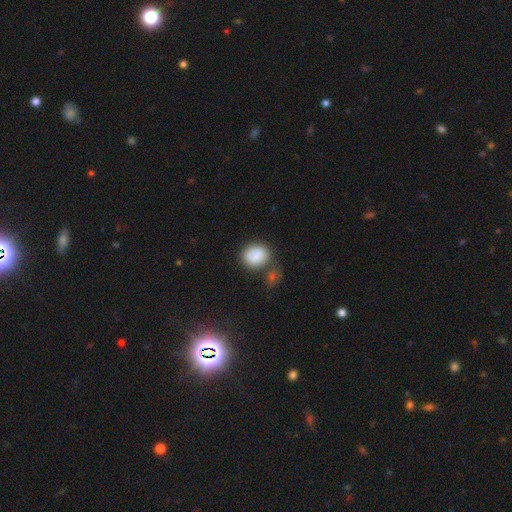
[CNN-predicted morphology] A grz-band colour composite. It shows a smooth galaxy with no disk features (85%) that is round (59%). Merging: none (56%).